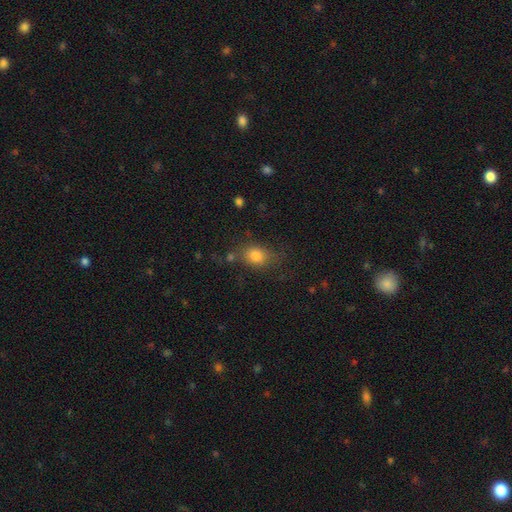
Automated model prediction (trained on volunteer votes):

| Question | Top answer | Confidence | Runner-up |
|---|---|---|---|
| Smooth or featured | smooth | 80% | star or artifact (11%) |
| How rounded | in between | 61% | round (37%) |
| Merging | none | 64% | minor disturbance (20%) |